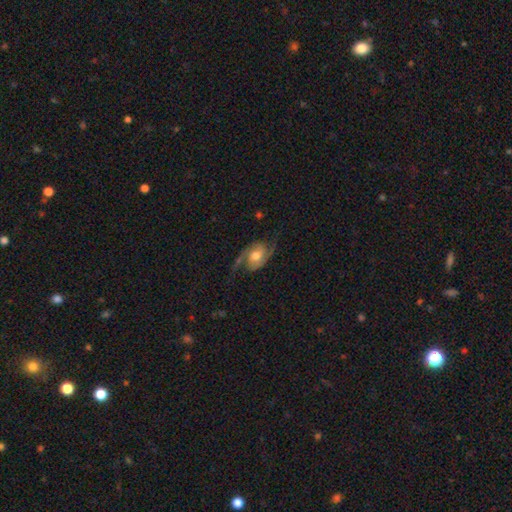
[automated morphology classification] This appears to be a featured or disk galaxy (83%) with no bar (64%), 2 (92%) loose (47%) spiral arms (96%) and a moderate central bulge (74%). Merging: none (69%).